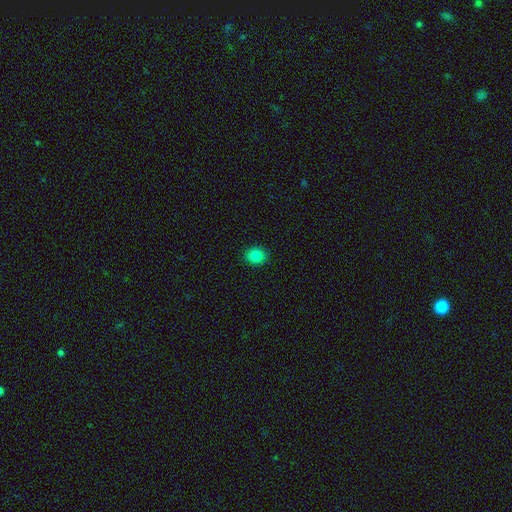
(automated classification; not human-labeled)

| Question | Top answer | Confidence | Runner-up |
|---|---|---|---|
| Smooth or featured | smooth | 84% | star or artifact (11%) |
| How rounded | round | 60% | in between (39%) |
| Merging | none | 91% | minor disturbance (7%) |